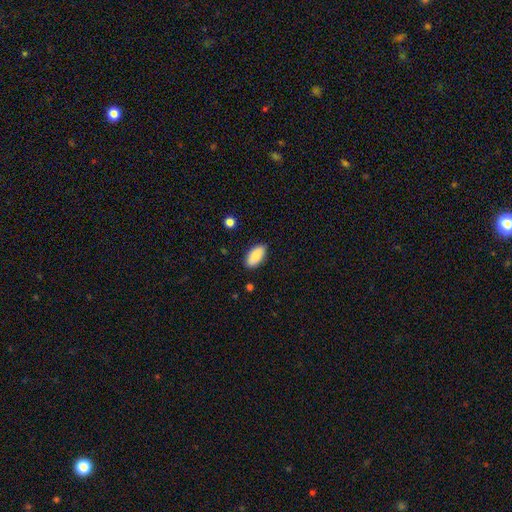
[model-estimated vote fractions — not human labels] A smooth galaxy with no disk features (84%) that is in between round and cigar-shaped (92%).

Vote fractions:
- Smooth or featured? smooth: 84% / featured or disk: 9% / star or artifact: 6%
- How rounded? in between: 92% / cigar-shaped: 5% / round: 3%
- Merging? none: 85% / minor disturbance: 12% / major disturbance: 2% / merger: 1%